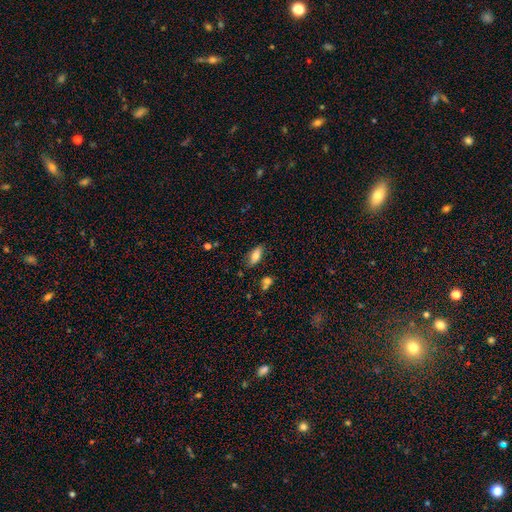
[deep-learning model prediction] Smooth or featured?
  - smooth: 79% *
  - featured or disk: 13%
  - star or artifact: 8%
How rounded?
  - in between: 86% *
  - cigar-shaped: 11%
  - round: 3%
Merging?
  - none: 81% *
  - minor disturbance: 13%
  - merger: 4%
  - major disturbance: 3%